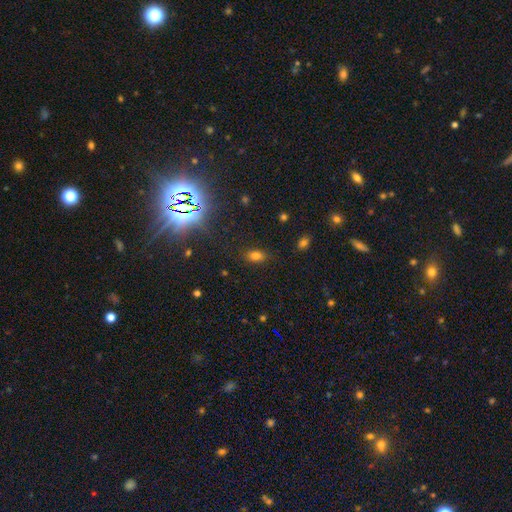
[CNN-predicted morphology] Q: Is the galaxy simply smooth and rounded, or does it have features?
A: smooth — 72%.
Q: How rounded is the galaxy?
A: in between — 82%.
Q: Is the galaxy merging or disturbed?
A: none — 83%.